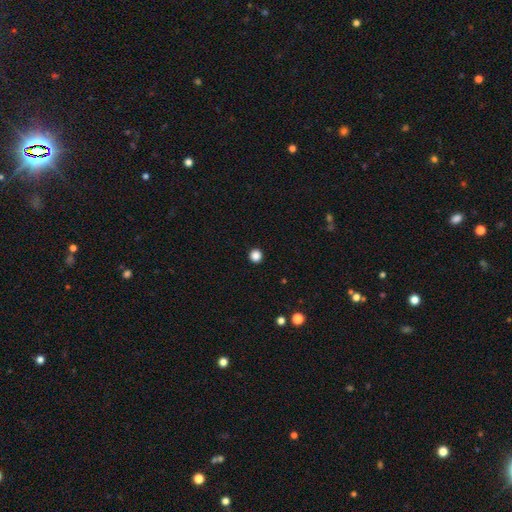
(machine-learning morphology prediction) A smooth galaxy with no disk features (86%) that is round (93%).

Vote fractions:
- Smooth or featured? smooth: 86% / star or artifact: 11% / featured or disk: 2%
- How rounded? round: 93% / in between: 6% / cigar-shaped: 1%
- Merging? none: 94% / minor disturbance: 4% / major disturbance: 1% / merger: 1%